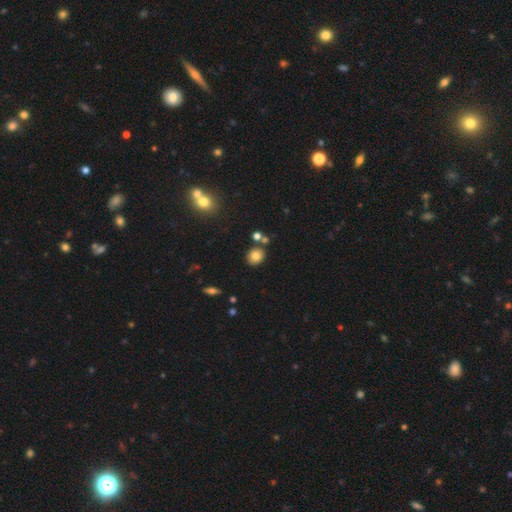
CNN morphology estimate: type=smooth (81%); roundness=round (70%); merging=none (77%).